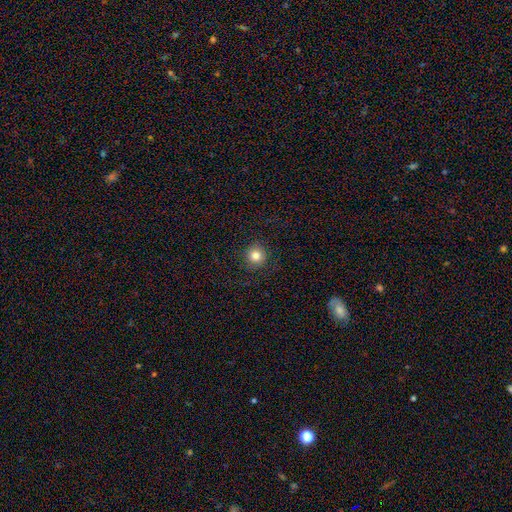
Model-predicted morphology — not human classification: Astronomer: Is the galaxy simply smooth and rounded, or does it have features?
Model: smooth — 81%.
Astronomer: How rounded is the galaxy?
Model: round — 94%.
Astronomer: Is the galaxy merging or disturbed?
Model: none — 90%.